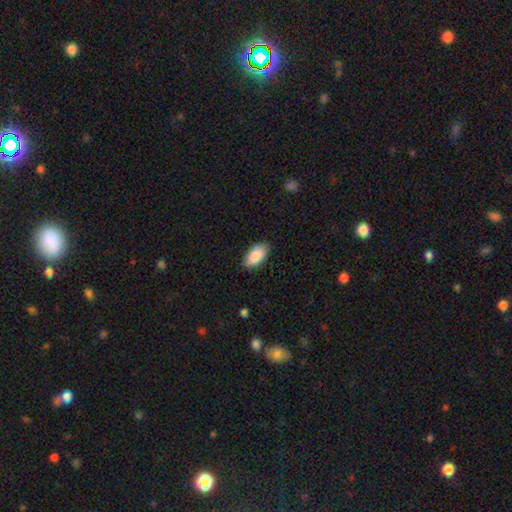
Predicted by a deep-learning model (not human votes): This is clearly a smooth galaxy (89%). How rounded: clearly in between (94%). Merging: clearly none (84%).